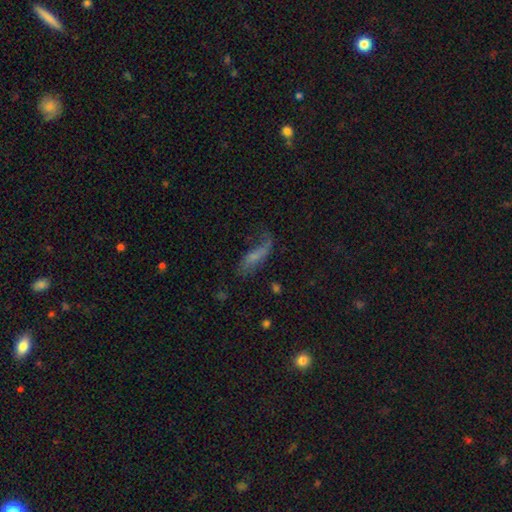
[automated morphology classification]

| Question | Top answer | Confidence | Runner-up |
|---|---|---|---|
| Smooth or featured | smooth | 46% | featured or disk (43%) |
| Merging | none | 40% | major disturbance (30%) |